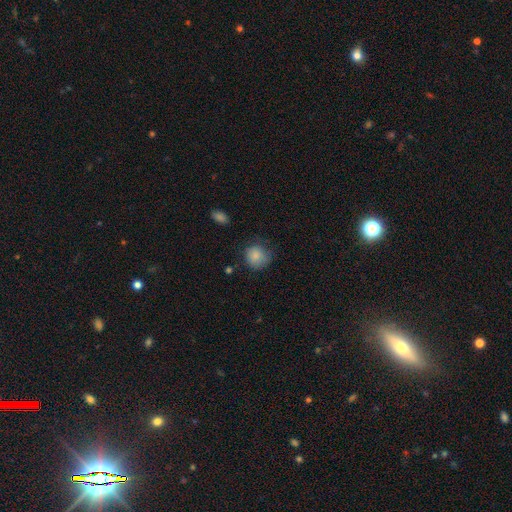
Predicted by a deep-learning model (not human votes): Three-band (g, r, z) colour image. It shows a smooth galaxy with no disk features (84%) that is round (86%). Merging: none (64%).